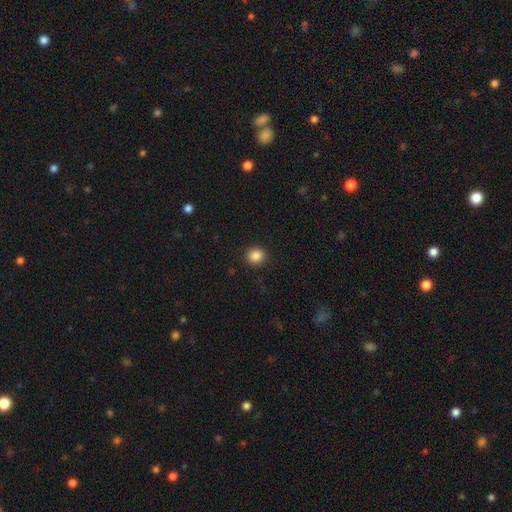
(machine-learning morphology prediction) A smooth galaxy with no disk features (86%) that is round (84%).

Vote fractions:
- Smooth or featured? smooth: 86% / star or artifact: 10% / featured or disk: 4%
- How rounded? round: 84% / in between: 15% / cigar-shaped: 1%
- Merging? none: 91% / minor disturbance: 6% / major disturbance: 2% / merger: 1%